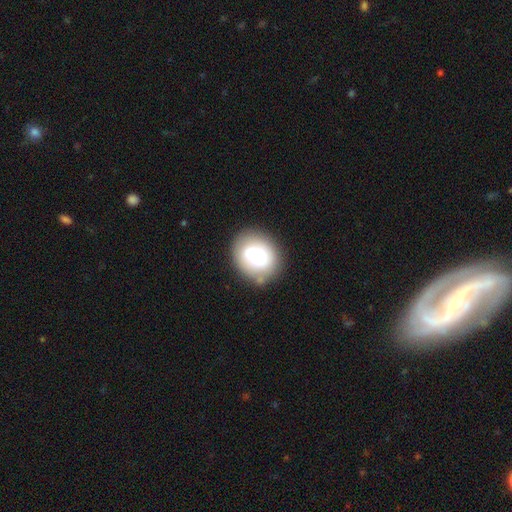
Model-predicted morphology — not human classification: Overall: smooth (67%). How rounded: round (54%; in between 45%). Merging: none (66%).